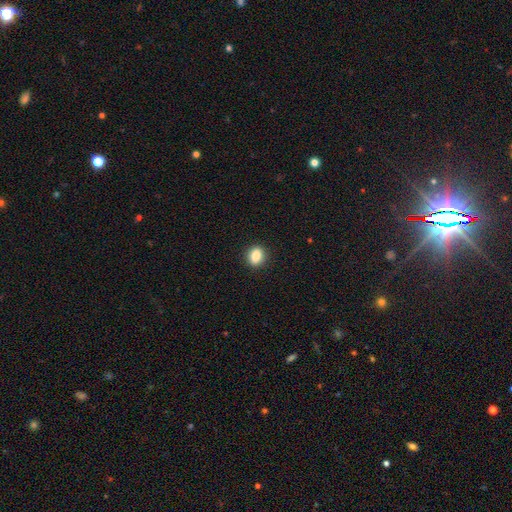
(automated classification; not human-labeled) Smooth or featured: smooth — 86% (star or artifact — 9%)
How rounded: in between — 53% (round — 45%)
Merging: none — 91% (minor disturbance — 7%)